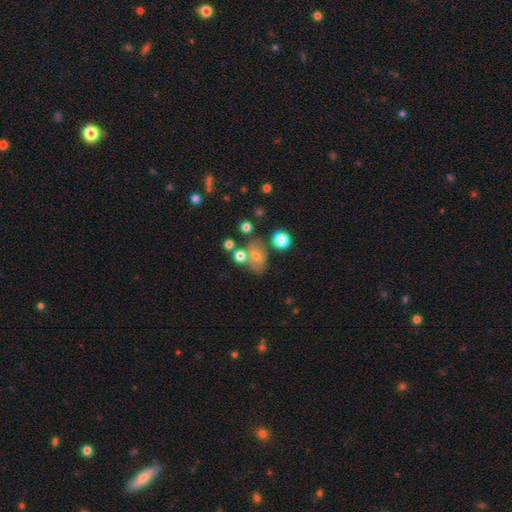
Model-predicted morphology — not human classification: Smooth or featured? Predicted: smooth (p=0.62). How rounded? Predicted: in between (p=0.68). Merging? Predicted: none (p=0.50).